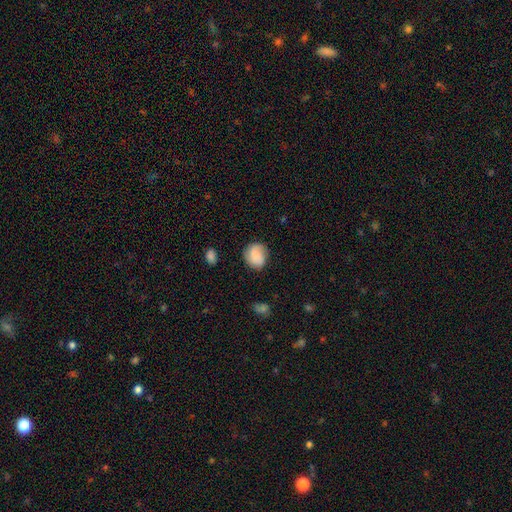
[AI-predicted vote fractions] This is likely a smooth galaxy (77%). How rounded: likely round (69%). Merging: likely none (74%).